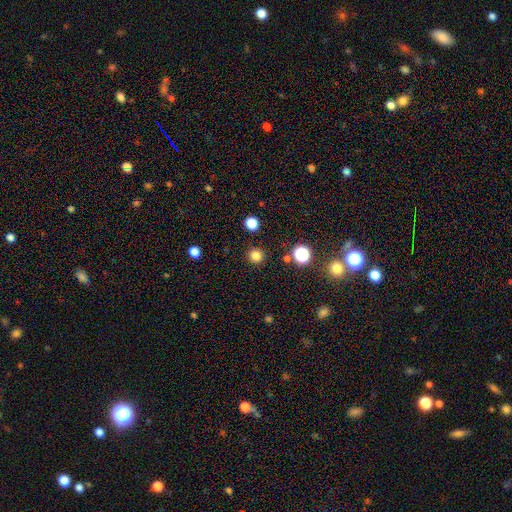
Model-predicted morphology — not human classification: Smooth or featured? Predicted: smooth (p=0.81). How rounded? Predicted: round (p=0.94). Merging? Predicted: none (p=0.91).